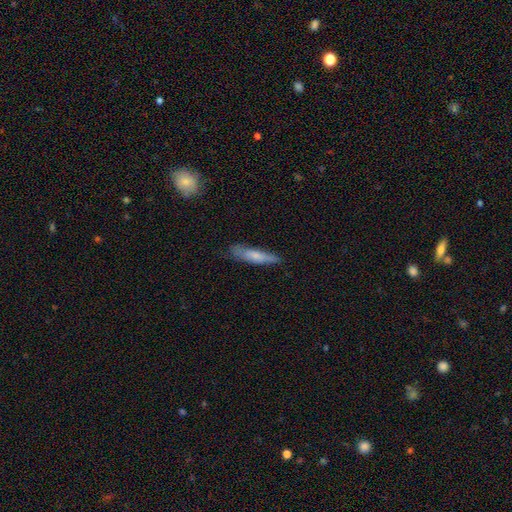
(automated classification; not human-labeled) smooth-or-featured: smooth: 66% | featured or disk: 28% | star or artifact: 6%
  how-rounded: cigar-shaped: 83% | in between: 15% | round: 2%
  merging: none: 73% | minor disturbance: 21% | major disturbance: 5% | merger: 2%